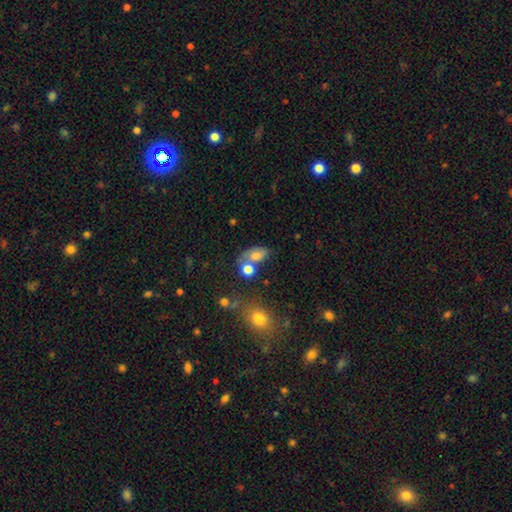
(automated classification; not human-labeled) Overall: smooth (70%). How rounded: in between (80%). Merging: none (37%; merger 33%).